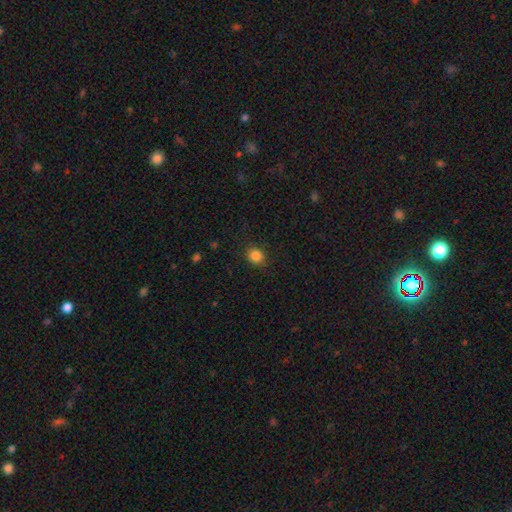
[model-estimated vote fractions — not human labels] Overall: smooth (85%). How rounded: round (67%; in between 32%). Merging: none (86%).